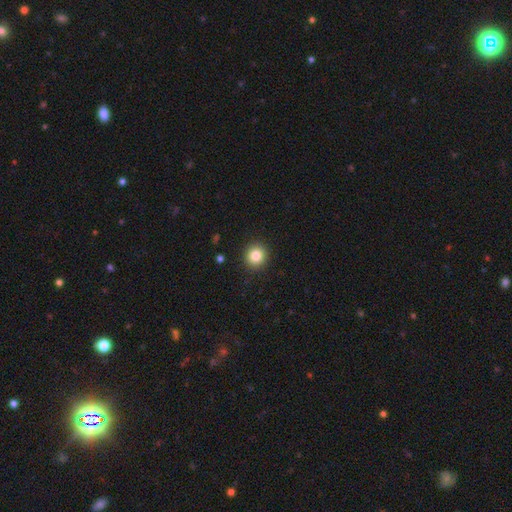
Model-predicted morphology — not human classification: A smooth galaxy with no disk features (84%) that is round (90%). Merging: none (91%).